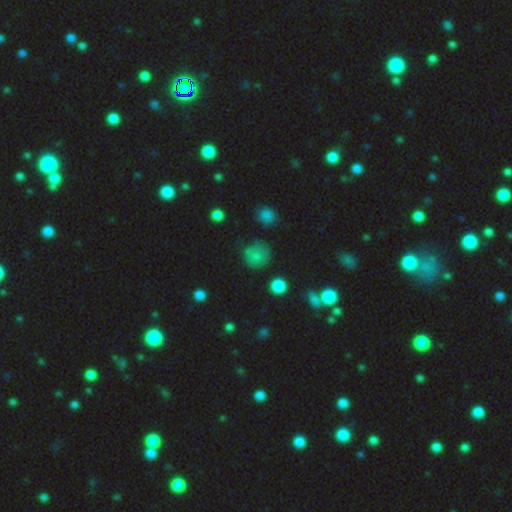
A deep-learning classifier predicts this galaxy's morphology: smooth-or-featured: smooth: 70% | star or artifact: 18% | featured or disk: 12%
  how-rounded: round: 88% | in between: 11% | cigar-shaped: 1%
  merging: none: 66% | minor disturbance: 20% | major disturbance: 10% | merger: 4%